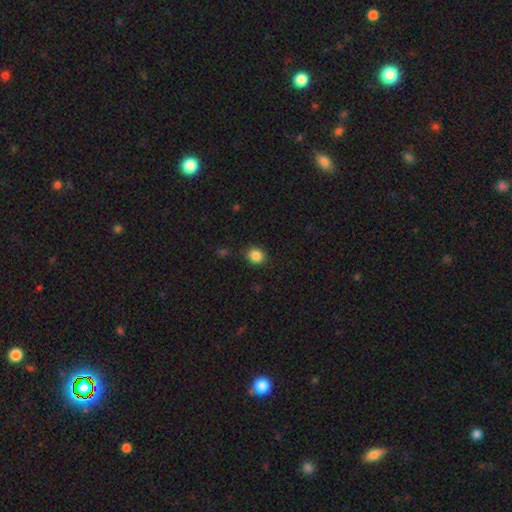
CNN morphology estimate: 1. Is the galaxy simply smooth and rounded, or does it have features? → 86% smooth, 10% star or artifact, 4% featured or disk.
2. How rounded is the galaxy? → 70% round, 29% in between, 1% cigar-shaped.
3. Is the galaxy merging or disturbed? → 86% none, 10% minor disturbance, 3% major disturbance, 1% merger.